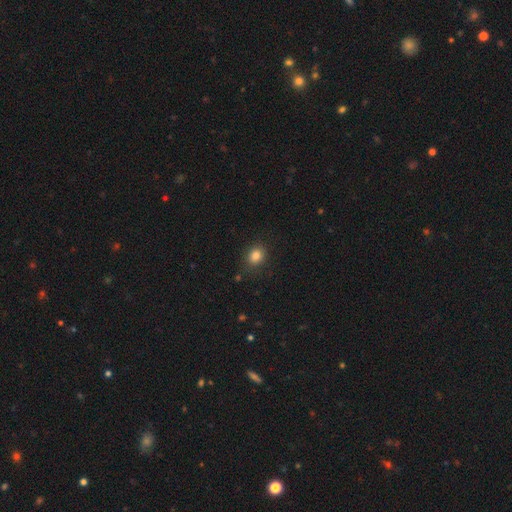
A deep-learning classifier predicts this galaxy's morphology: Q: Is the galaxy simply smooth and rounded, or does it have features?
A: smooth — 83%.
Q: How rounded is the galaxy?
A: round — 63%.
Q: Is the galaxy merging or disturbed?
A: none — 84%.